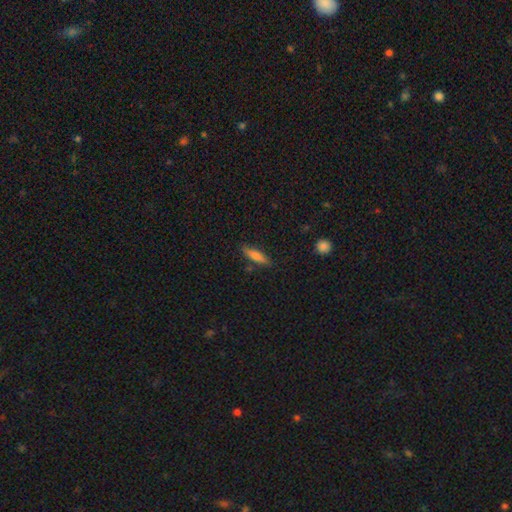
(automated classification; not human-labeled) Smooth or featured? smooth (70%)
How rounded? cigar-shaped (71%)
Merging? none (82%)